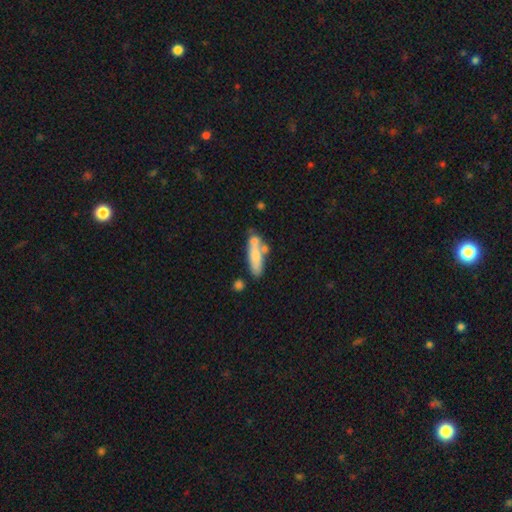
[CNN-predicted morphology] Smooth or featured? smooth (66%)
How rounded? cigar-shaped (56%)
Merging? none (48%)